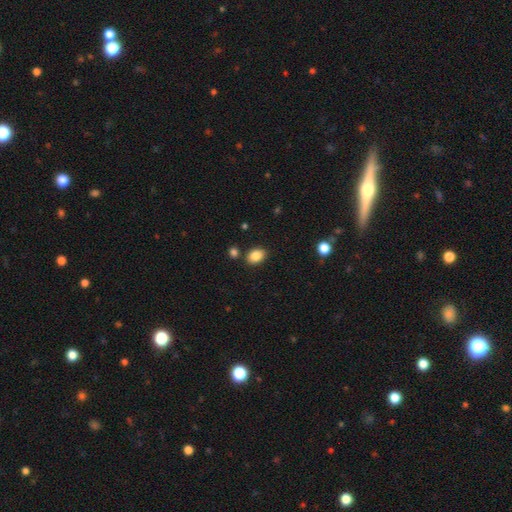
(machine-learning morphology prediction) This is clearly a smooth galaxy (86%). How rounded: likely in between (79%). Merging: clearly none (81%).